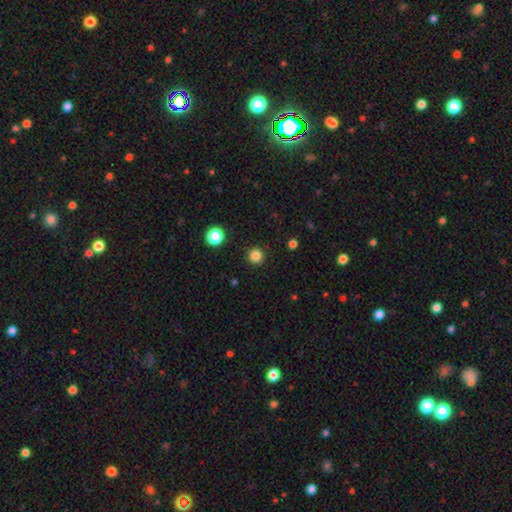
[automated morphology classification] type=smooth (84%); roundness=round (96%); merging=none (92%).